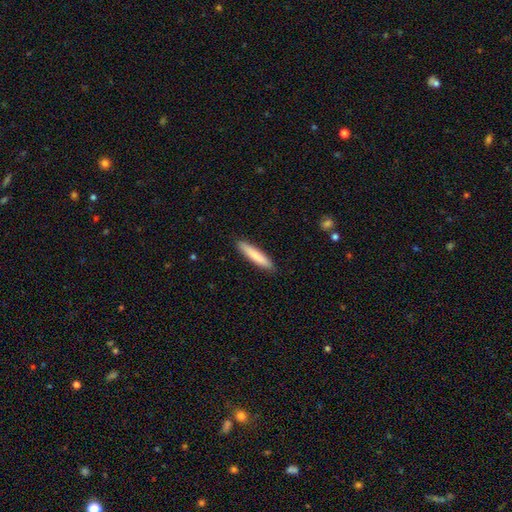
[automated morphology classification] A smooth galaxy with no disk features (82%) that is cigar-shaped (91%). Merging: none (90%).